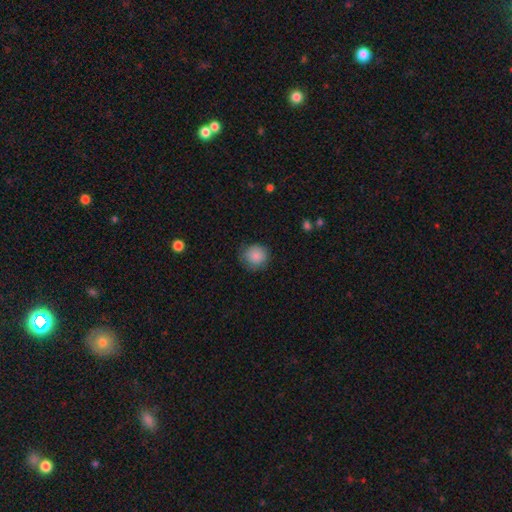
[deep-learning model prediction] This is clearly a smooth galaxy (87%). How rounded: clearly round (89%). Merging: clearly none (81%).